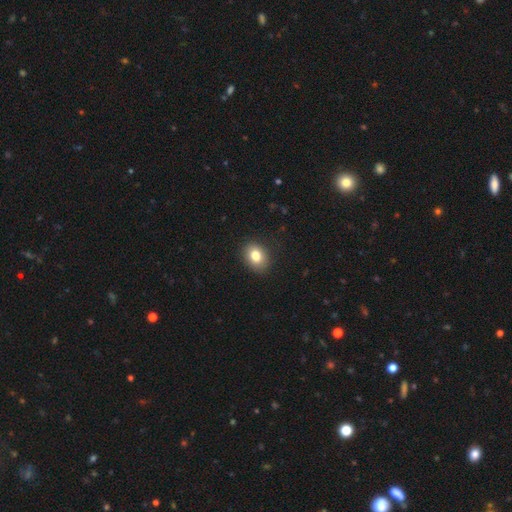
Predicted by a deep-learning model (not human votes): A smooth galaxy with no disk features (82%) that is in between round and cigar-shaped (61%).

Vote fractions:
- Smooth or featured? smooth: 82% / star or artifact: 9% / featured or disk: 9%
- How rounded? in between: 61% / round: 38% / cigar-shaped: 1%
- Merging? none: 88% / minor disturbance: 9% / major disturbance: 2% / merger: 1%